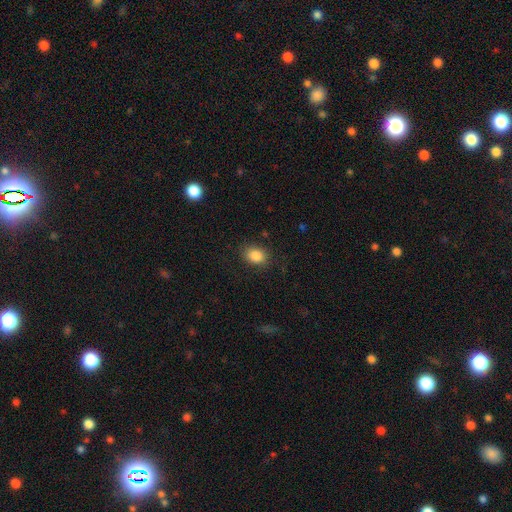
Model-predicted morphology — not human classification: This is clearly a smooth galaxy (86%). How rounded: likely in between (63%). Merging: clearly none (83%).